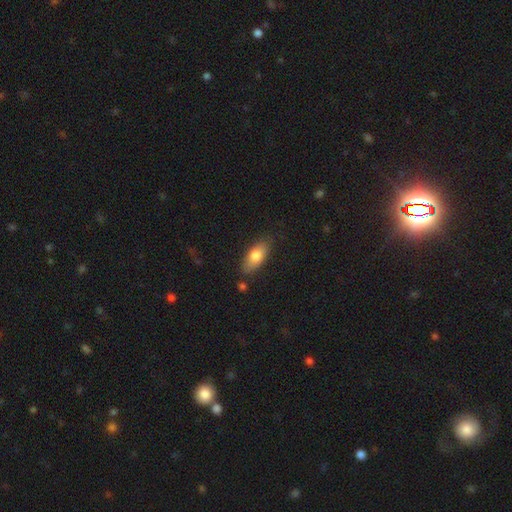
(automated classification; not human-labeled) Smooth or featured? Predicted: smooth (p=0.77). How rounded? Predicted: in between (p=0.84). Merging? Predicted: none (p=0.79).